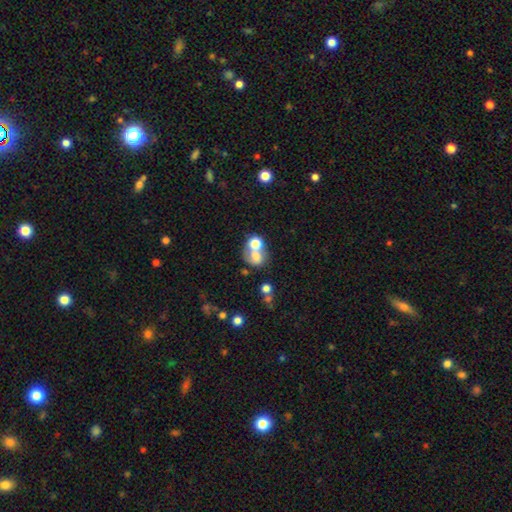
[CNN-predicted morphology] A smooth galaxy with no disk features (63%) that is round (53%). Merging: merger (63%).